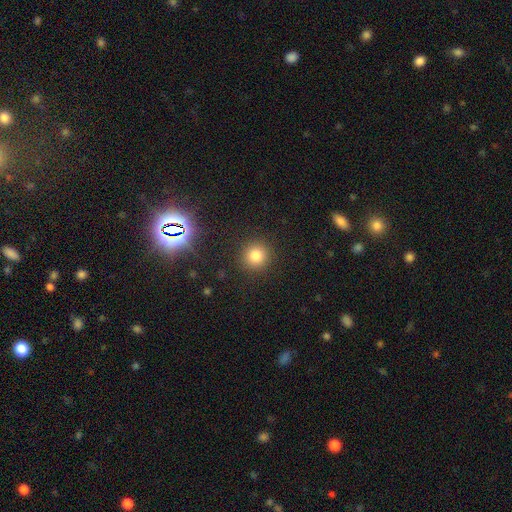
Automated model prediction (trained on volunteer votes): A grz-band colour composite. It shows a smooth galaxy with no disk features (80%) that is round (93%). Merging: none (90%).